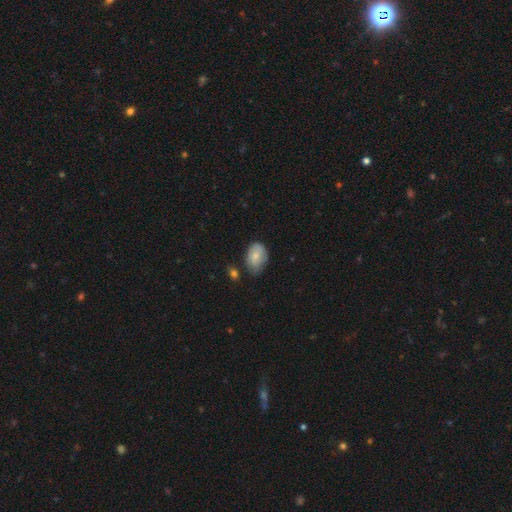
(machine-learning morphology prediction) Overall: smooth (77%). How rounded: in between (84%). Merging: none (57%; minor disturbance 33%).